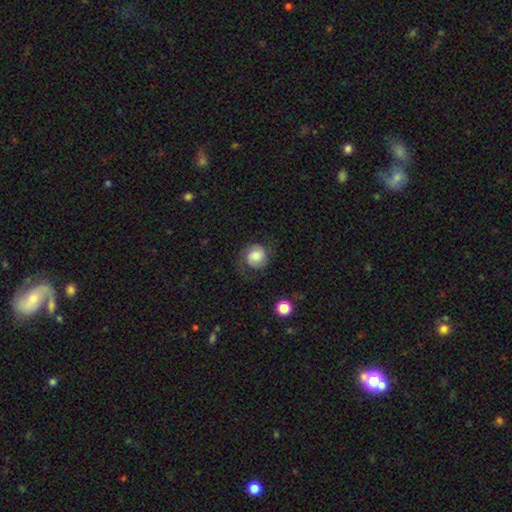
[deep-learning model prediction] Overall: smooth (56%; featured or disk 34%). How rounded: round (83%). Merging: none (65%).